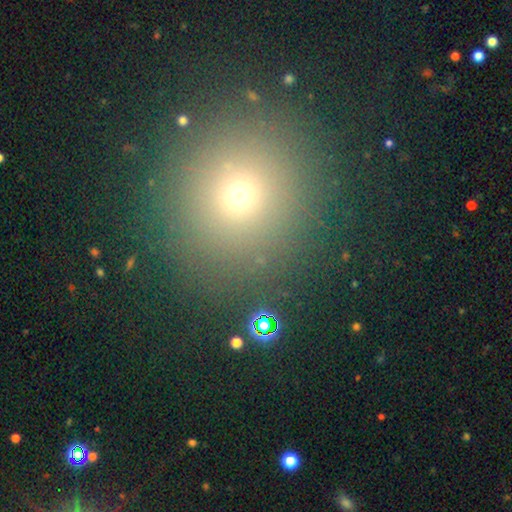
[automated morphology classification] type=smooth (60%); roundness=round (93%); merging=none (90%).